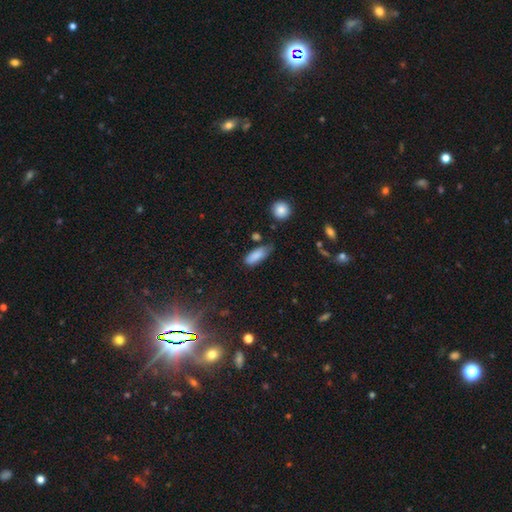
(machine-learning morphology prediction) A smooth galaxy with no disk features (84%) that is in between round and cigar-shaped (75%).

Vote fractions:
- Smooth or featured? smooth: 84% / featured or disk: 9% / star or artifact: 7%
- How rounded? in between: 75% / cigar-shaped: 22% / round: 2%
- Merging? none: 52% / minor disturbance: 35% / major disturbance: 8% / merger: 4%